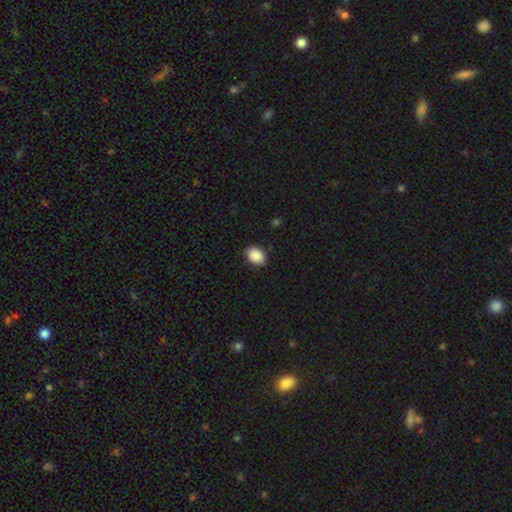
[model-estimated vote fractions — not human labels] This is clearly a smooth galaxy (90%). How rounded: likely in between (71%). Merging: clearly none (87%).